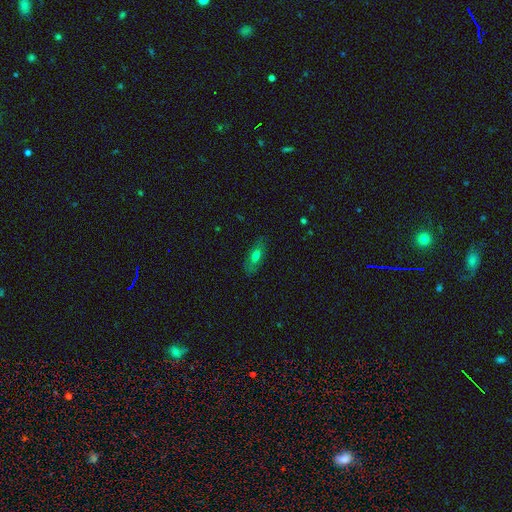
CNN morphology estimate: smooth-or-featured: smooth: 61% | featured or disk: 30% | star or artifact: 9%
  how-rounded: in between: 73% | cigar-shaped: 22% | round: 5%
  merging: none: 81% | minor disturbance: 14% | major disturbance: 4% | merger: 1%